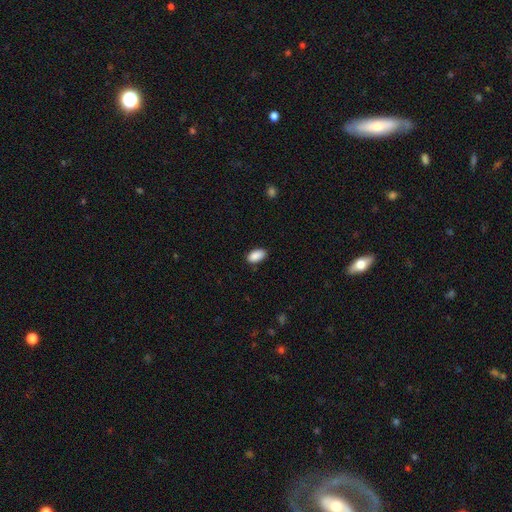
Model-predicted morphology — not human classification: Smooth or featured? Predicted: smooth (p=0.90). How rounded? Predicted: in between (p=0.94). Merging? Predicted: none (p=0.84).